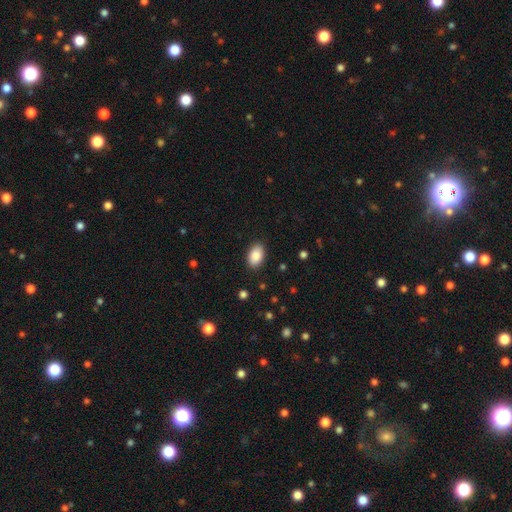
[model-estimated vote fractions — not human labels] The model was most divided on "merging": none: 88%, minor disturbance: 9%, major disturbance: 2%, merger: 1%. More confident: how rounded — in between (91%); smooth or featured — smooth (89%).